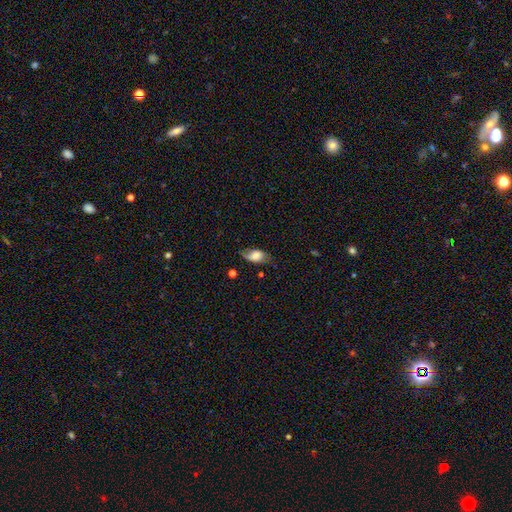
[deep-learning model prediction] Morphology: type=smooth (61%); roundness=in between (88%); merging=none (54%).